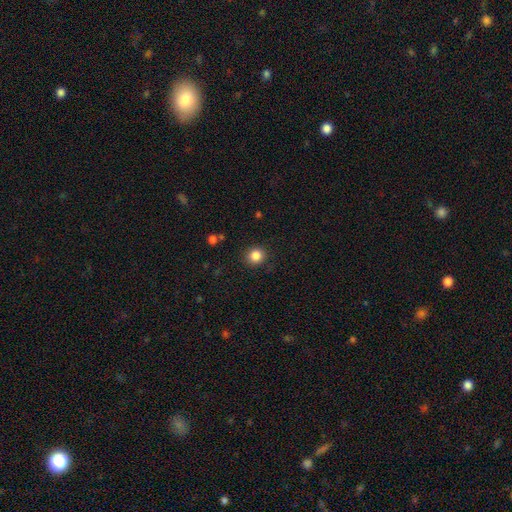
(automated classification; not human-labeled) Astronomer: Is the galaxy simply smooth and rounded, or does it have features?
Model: smooth — 85%.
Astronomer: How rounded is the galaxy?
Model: round — 86%.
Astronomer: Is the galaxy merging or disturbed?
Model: none — 89%.